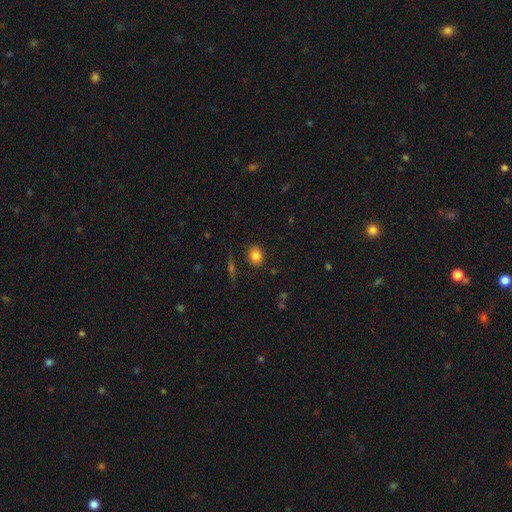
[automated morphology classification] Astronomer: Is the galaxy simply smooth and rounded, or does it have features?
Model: smooth — 83%.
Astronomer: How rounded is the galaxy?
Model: round — 62%.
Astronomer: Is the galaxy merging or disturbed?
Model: none — 85%.